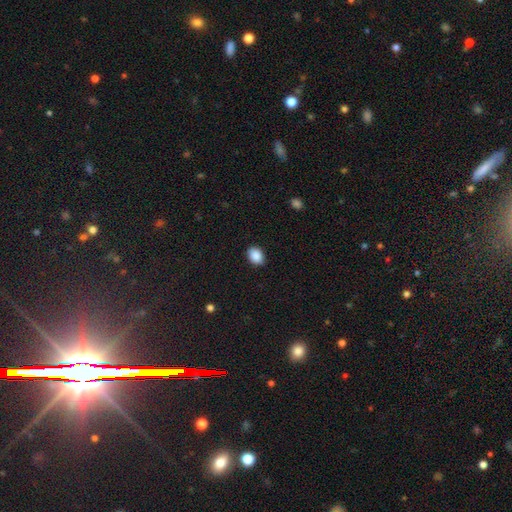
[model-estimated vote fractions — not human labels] Smooth or featured: smooth — 90% (star or artifact — 8%)
How rounded: in between — 70% (round — 29%)
Merging: none — 88% (minor disturbance — 9%)